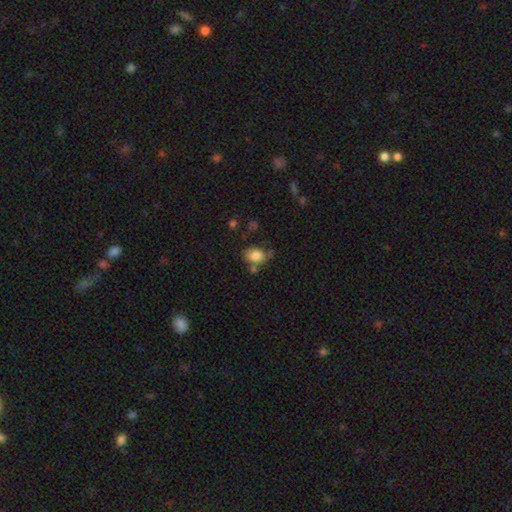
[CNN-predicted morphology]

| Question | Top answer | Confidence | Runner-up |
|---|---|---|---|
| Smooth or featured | smooth | 81% | featured or disk (9%) |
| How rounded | in between | 61% | round (38%) |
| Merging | none | 53% | minor disturbance (24%) |